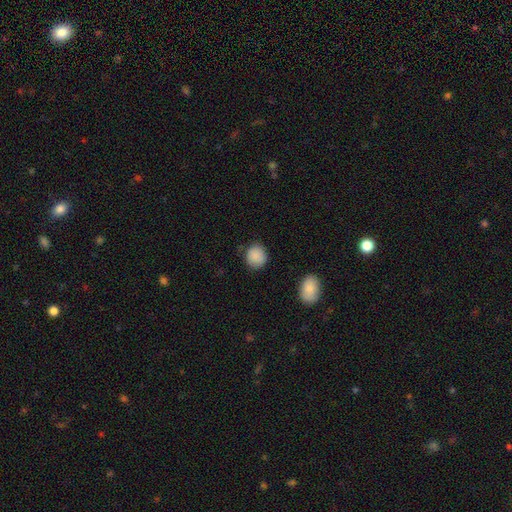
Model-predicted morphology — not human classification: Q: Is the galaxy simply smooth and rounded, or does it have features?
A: smooth — 89%.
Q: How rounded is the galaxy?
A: round — 81%.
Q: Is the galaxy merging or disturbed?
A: none — 80%.